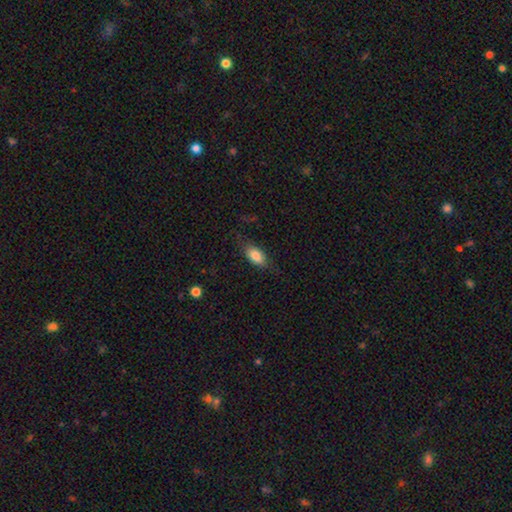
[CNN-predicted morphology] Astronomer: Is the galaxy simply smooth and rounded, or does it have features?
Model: smooth — 80%.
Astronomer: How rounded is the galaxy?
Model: in between — 87%.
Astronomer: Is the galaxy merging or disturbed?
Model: none — 72%.